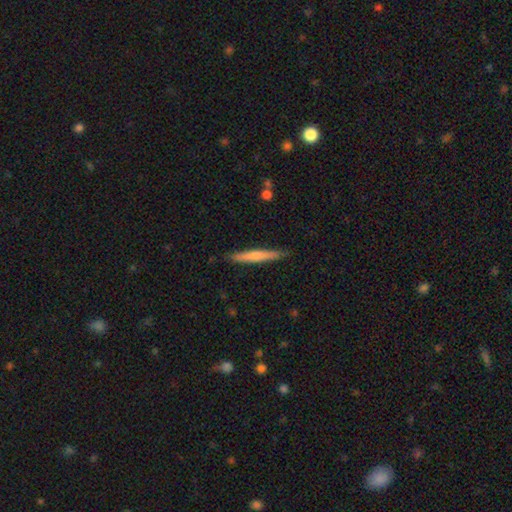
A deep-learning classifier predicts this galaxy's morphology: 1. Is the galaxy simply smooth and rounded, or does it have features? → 63% smooth, 32% featured or disk, 5% star or artifact.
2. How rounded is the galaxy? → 96% cigar-shaped, 3% in between, 1% round.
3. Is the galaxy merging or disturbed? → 88% none, 9% minor disturbance, 2% major disturbance, 1% merger.